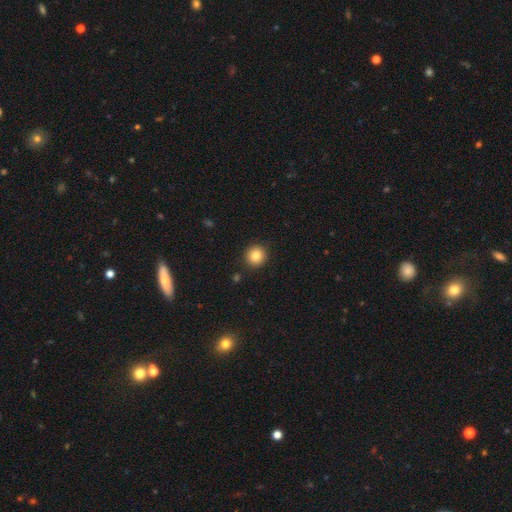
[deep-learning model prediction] Smooth or featured? Predicted: smooth (p=0.84). How rounded? Predicted: round (p=0.92). Merging? Predicted: none (p=0.91).